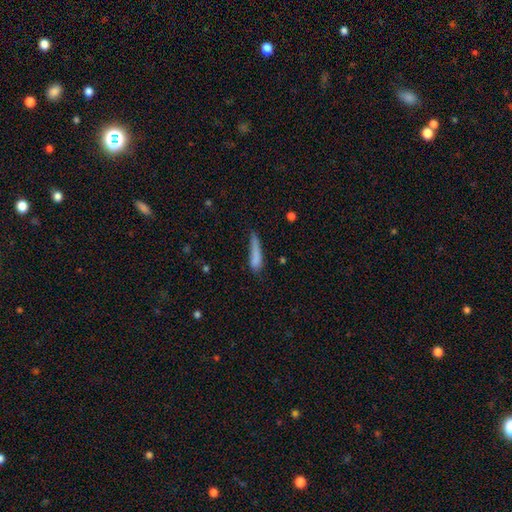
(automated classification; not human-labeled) Smooth or featured: smooth — 78% (featured or disk — 14%)
How rounded: cigar-shaped — 81% (in between — 18%)
Merging: none — 46% (minor disturbance — 33%)